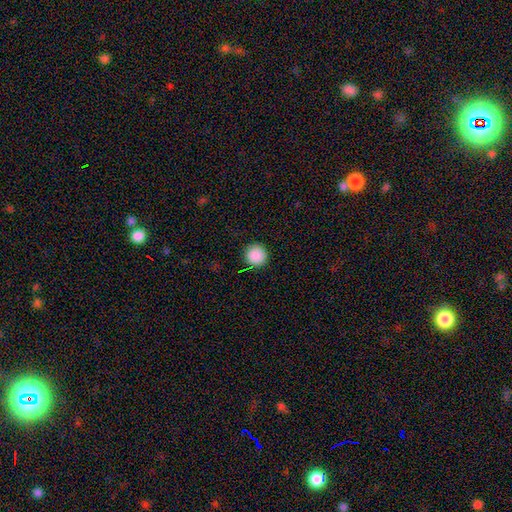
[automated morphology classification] The model was most divided on "smooth or featured": smooth: 89%, star or artifact: 9%, featured or disk: 2%. More confident: how rounded — round (95%); merging — none (91%).